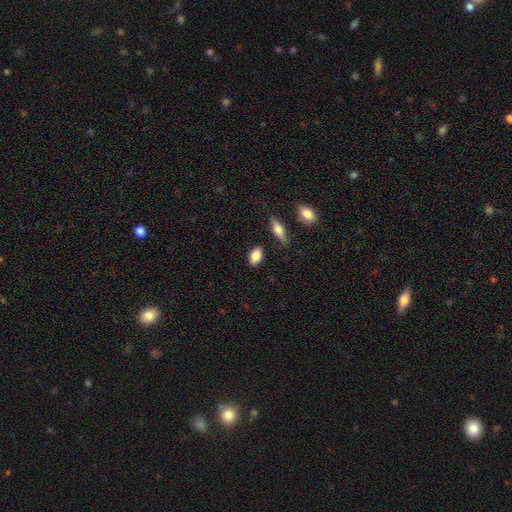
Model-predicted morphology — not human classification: This is clearly a smooth galaxy (85%). How rounded: clearly in between (90%). Merging: clearly none (85%).